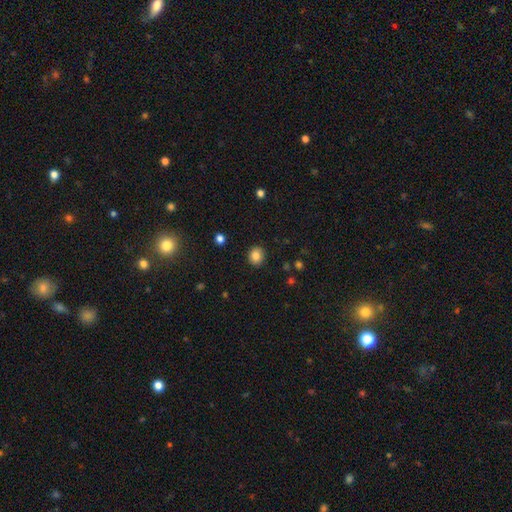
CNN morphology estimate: Smooth or featured: smooth — 84% (star or artifact — 10%)
How rounded: round — 75% (in between — 24%)
Merging: none — 90% (minor disturbance — 6%)